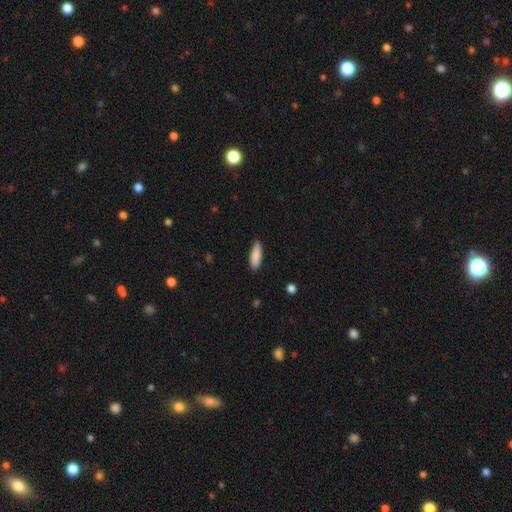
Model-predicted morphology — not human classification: type=smooth (87%); roundness=in between (54%); merging=none (84%).